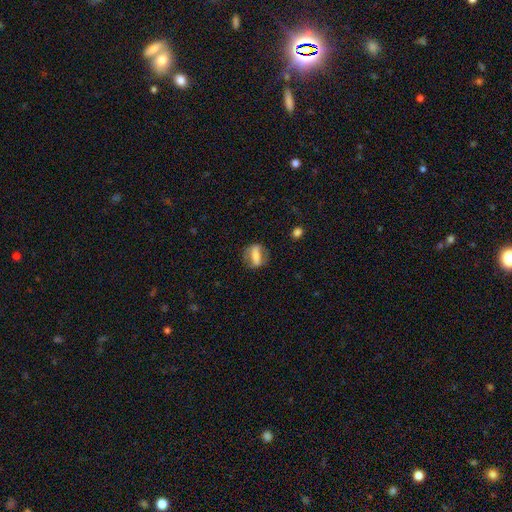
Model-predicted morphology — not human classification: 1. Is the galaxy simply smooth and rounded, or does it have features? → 49% smooth, 43% featured or disk, 8% star or artifact.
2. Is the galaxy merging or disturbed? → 75% none, 15% minor disturbance, 8% major disturbance, 2% merger.